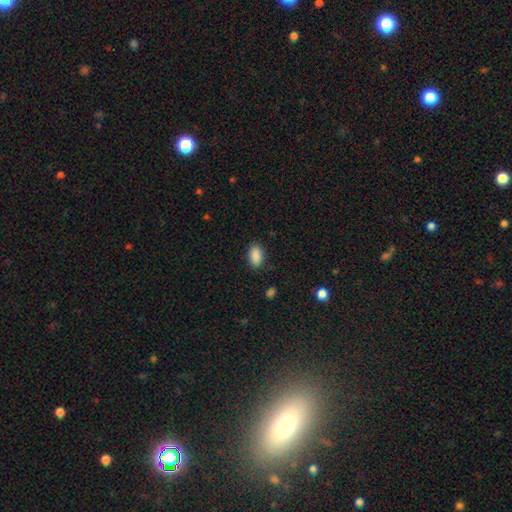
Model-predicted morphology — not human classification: Smooth or featured?
  - smooth: 89% *
  - star or artifact: 8%
  - featured or disk: 3%
How rounded?
  - in between: 92% *
  - round: 6%
  - cigar-shaped: 2%
Merging?
  - none: 86% *
  - minor disturbance: 10%
  - major disturbance: 3%
  - merger: 1%